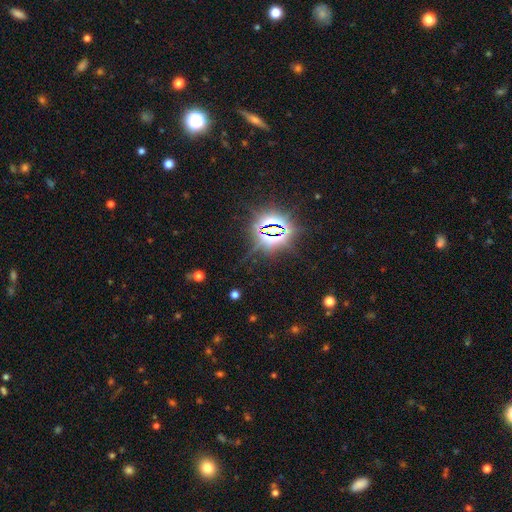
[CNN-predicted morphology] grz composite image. It shows a star or artifact, not a galaxy (82%).